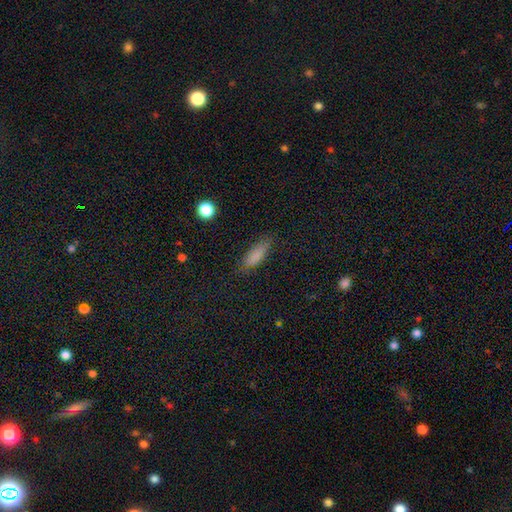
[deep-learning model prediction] The model was most divided on "how rounded": in between: 56%, cigar-shaped: 41%, round: 3%. More confident: smooth or featured — smooth (83%); merging — none (75%).